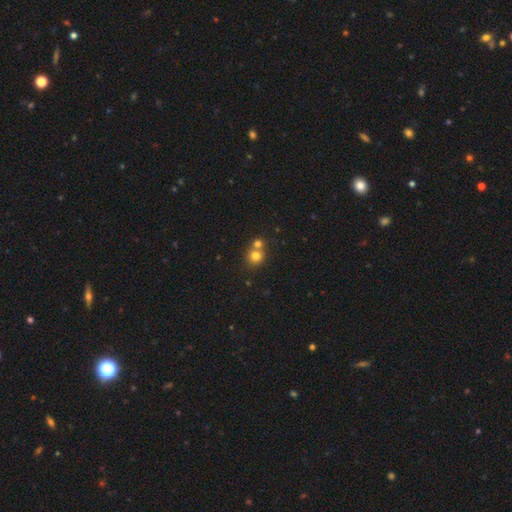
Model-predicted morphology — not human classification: Smooth or featured?
  - smooth: 78% *
  - star or artifact: 13%
  - featured or disk: 9%
How rounded?
  - round: 87% *
  - in between: 12%
  - cigar-shaped: 1%
Merging?
  - none: 49% *
  - merger: 42%
  - minor disturbance: 6%
  - major disturbance: 2%